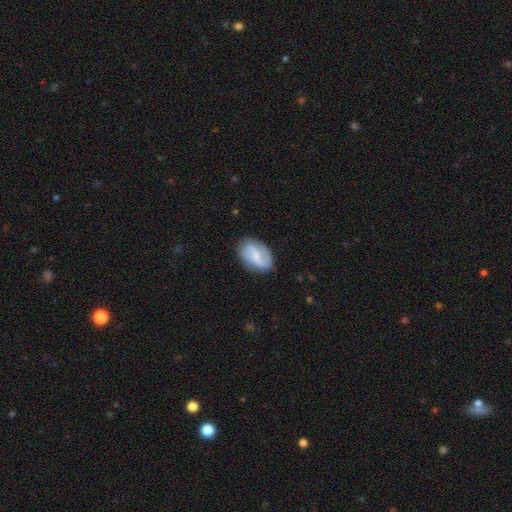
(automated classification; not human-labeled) Smooth or featured?
  - featured or disk: 65% *
  - smooth: 29%
  - star or artifact: 6%
Edge-on disk?
  - no: 97% *
  - yes: 3%
Bar?
  - weak: 48% *
  - strong: 26%
  - no: 25%
Spiral arms?
  - yes: 89% *
  - no: 11%
Spiral winding?
  - loose: 40% *
  - medium: 39%
  - tight: 21%
Spiral arm count?
  - 2: 80% *
  - can't tell: 8%
  - 1: 8%
  - 3: 2%
  - 4: 1%
  - more than 4: 1%
Bulge size?
  - small: 48% *
  - none: 26%
  - moderate: 21%
  - large: 3%
  - dominant: 1%
Merging?
  - none: 76% *
  - minor disturbance: 17%
  - major disturbance: 6%
  - merger: 1%